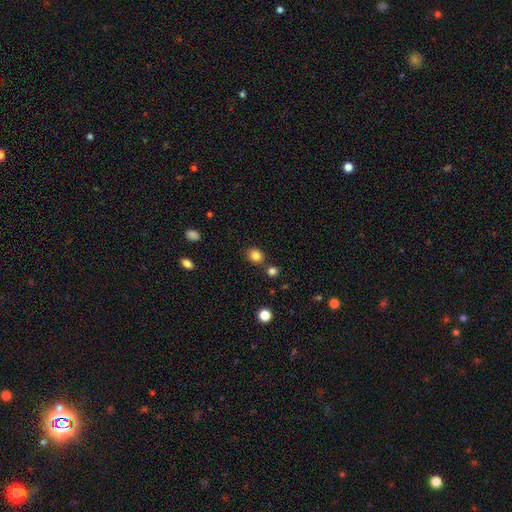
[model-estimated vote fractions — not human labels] Smooth or featured?
  - smooth: 83% *
  - star or artifact: 11%
  - featured or disk: 5%
How rounded?
  - round: 64% *
  - in between: 35%
  - cigar-shaped: 1%
Merging?
  - none: 78% *
  - minor disturbance: 10%
  - merger: 9%
  - major disturbance: 3%